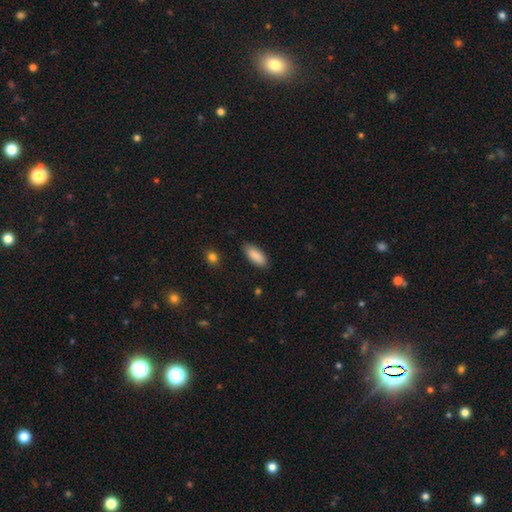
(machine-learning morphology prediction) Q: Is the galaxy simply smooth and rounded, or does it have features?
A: smooth — 88%.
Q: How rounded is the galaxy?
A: in between — 85%.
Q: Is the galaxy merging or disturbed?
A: none — 85%.